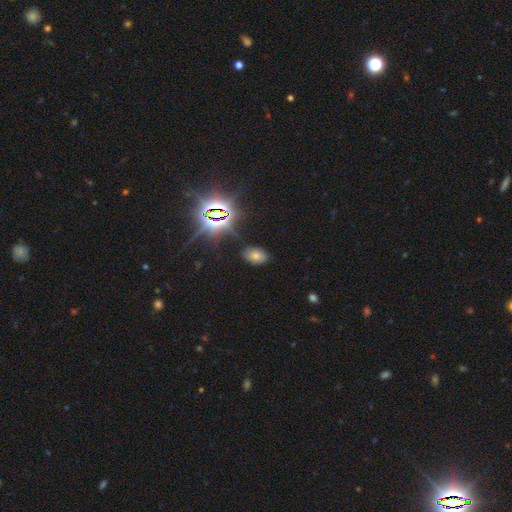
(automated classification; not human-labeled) The model was most divided on "smooth or featured": star or artifact: 45%, smooth: 43%, featured or disk: 12%.